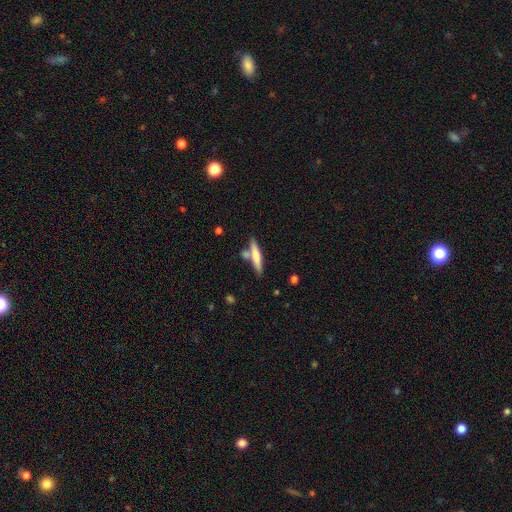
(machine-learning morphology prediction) A smooth galaxy with no disk features (62%) that is cigar-shaped (87%). Merging: none (69%).